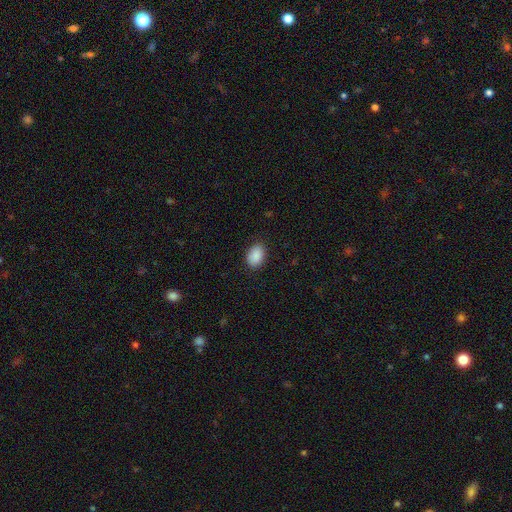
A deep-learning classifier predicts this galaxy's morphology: The model was most divided on "how rounded": in between: 84%, round: 15%, cigar-shaped: 1%. More confident: smooth or featured — smooth (90%); merging — none (86%).